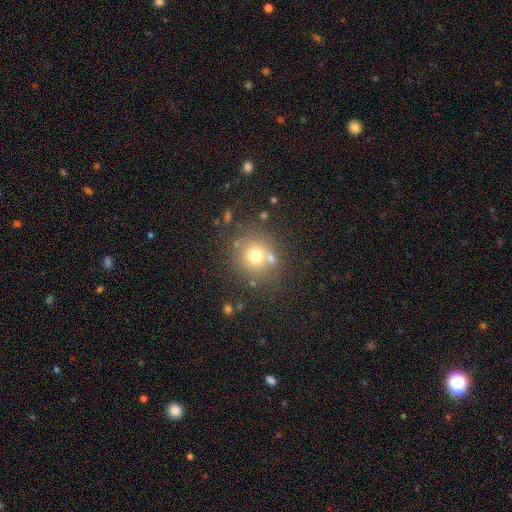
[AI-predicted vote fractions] A smooth galaxy with no disk features (69%) that is round (88%). Merging: none (69%).